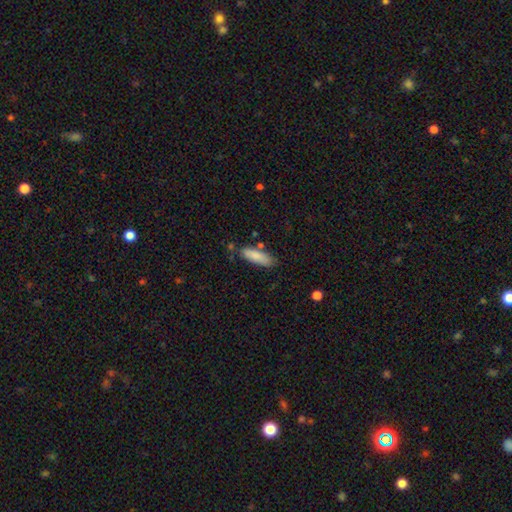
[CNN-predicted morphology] The model was most divided on "how rounded" (2-way tie): cigar-shaped: 49%, in between: 49%, round: 2%. More confident: smooth or featured — smooth (85%); merging — none (75%).